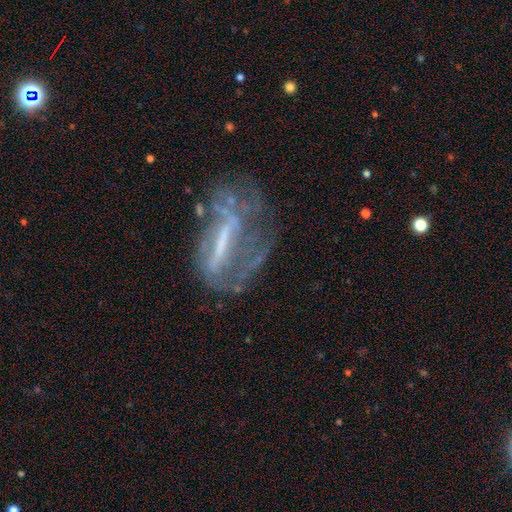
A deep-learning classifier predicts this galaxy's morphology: featured or disk 71%, smooth 16%, star or artifact 12%. Down the decision tree: edge-on disk — no (85%); bar — strong (56%); spiral arms — no (53%); bulge size — none (38%); merging — none (41%).